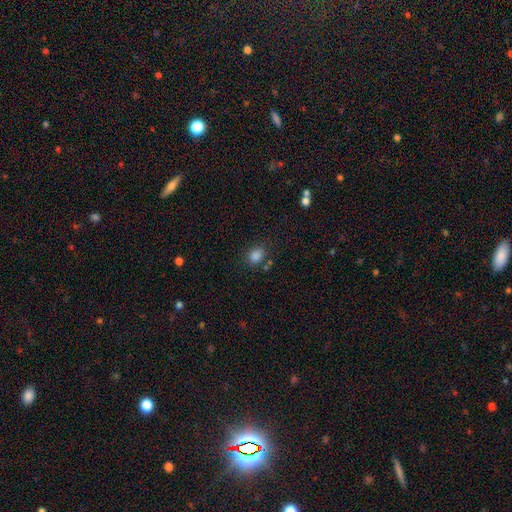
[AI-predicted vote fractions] Smooth or featured: smooth — 84% (star or artifact — 12%)
How rounded: in between — 53% (round — 46%)
Merging: none — 77% (minor disturbance — 13%)